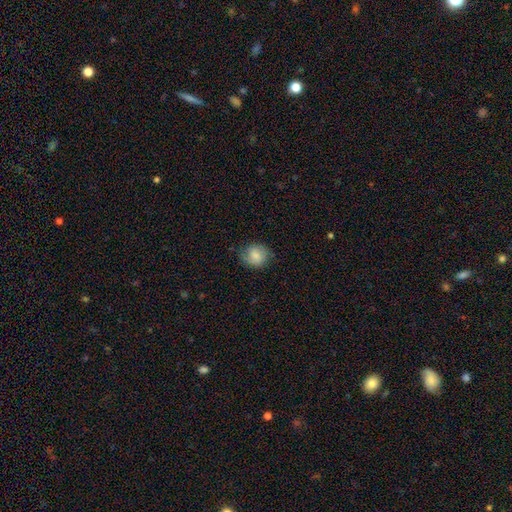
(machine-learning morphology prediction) Smooth or featured?
  - smooth: 72% *
  - featured or disk: 20%
  - star or artifact: 8%
How rounded?
  - round: 71% *
  - in between: 28%
  - cigar-shaped: 1%
Merging?
  - none: 69% *
  - minor disturbance: 23%
  - major disturbance: 7%
  - merger: 1%